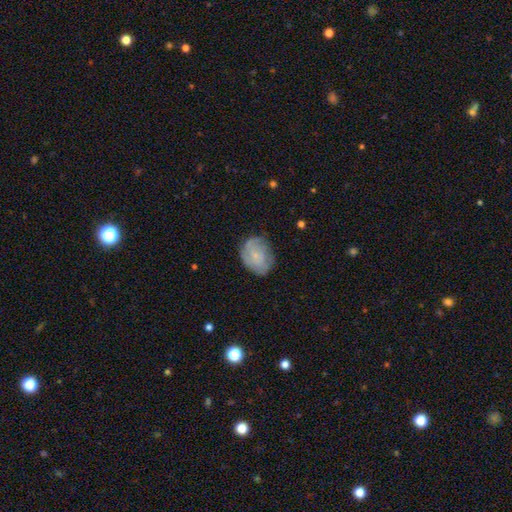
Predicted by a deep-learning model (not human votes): Smooth or featured? Predicted: smooth (p=0.47). Merging? Predicted: none (p=0.69).